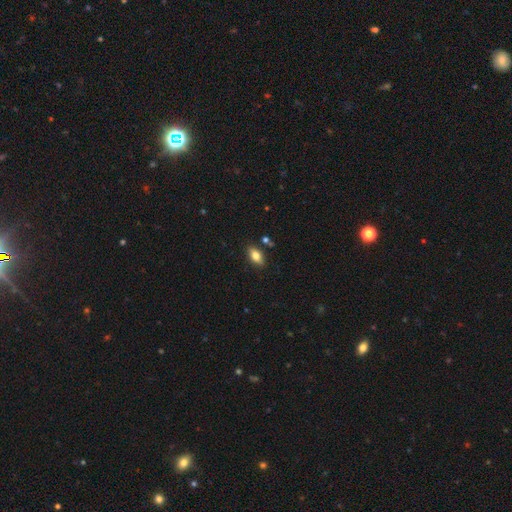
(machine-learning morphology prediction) type=smooth (78%); roundness=in between (89%); merging=none (84%).